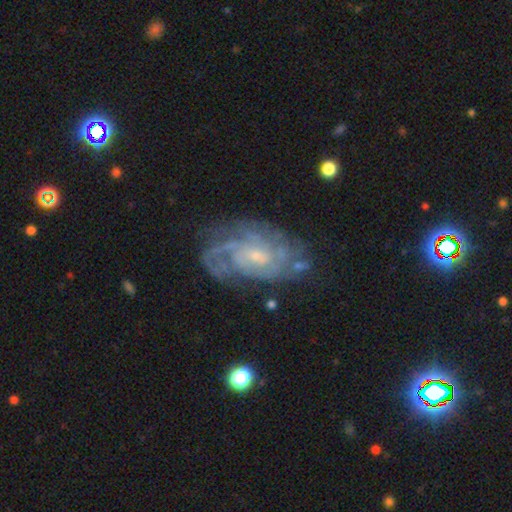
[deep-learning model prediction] Q: Smooth or featured?
A: featured or disk (86%); runner-up: smooth (8%)
Q: Edge-on disk?
A: no (97%); runner-up: yes (3%)
Q: Bar?
A: no (59%); runner-up: weak (35%)
Q: Spiral arms?
A: yes (95%); runner-up: no (5%)
Q: Spiral winding?
A: tight (59%); runner-up: medium (33%)
Q: Spiral arm count?
A: can't tell (37%); runner-up: 3 (18%)
Q: Bulge size?
A: small (70%); runner-up: moderate (23%)
Q: Merging?
A: none (65%); runner-up: minor disturbance (21%)